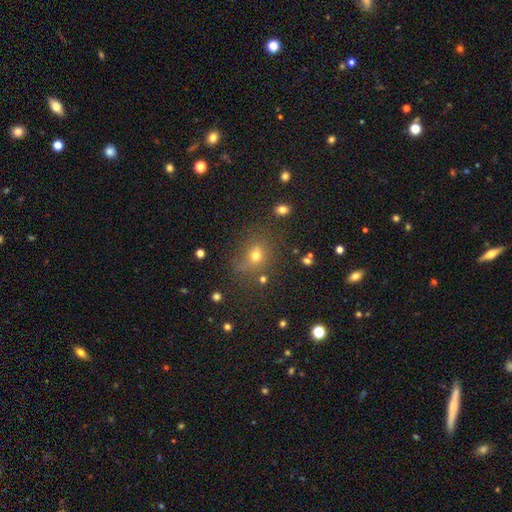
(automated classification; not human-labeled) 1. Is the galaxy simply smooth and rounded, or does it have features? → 65% smooth, 23% star or artifact, 13% featured or disk.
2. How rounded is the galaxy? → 63% round, 35% in between, 2% cigar-shaped.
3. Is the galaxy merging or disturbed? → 66% none, 17% minor disturbance, 9% major disturbance, 7% merger.